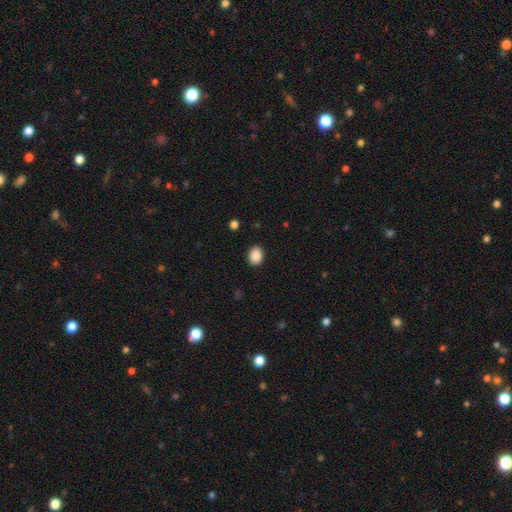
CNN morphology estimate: This appears to be a smooth galaxy with no disk features (89%) that is in between round and cigar-shaped (54%). Merging: none (90%).